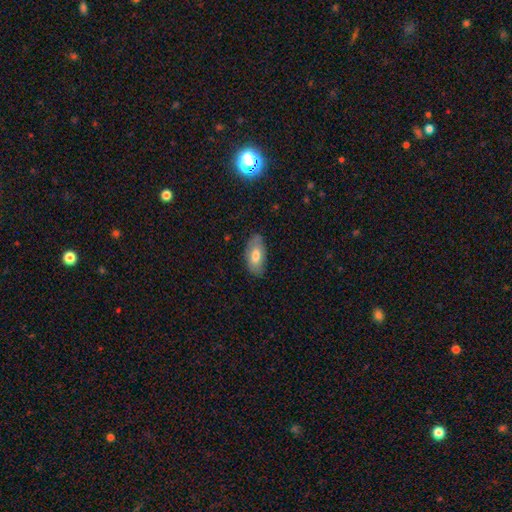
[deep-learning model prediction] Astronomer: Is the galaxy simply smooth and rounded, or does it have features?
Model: smooth — 72%.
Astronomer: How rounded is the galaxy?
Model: in between — 92%.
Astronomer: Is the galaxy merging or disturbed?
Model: none — 80%.